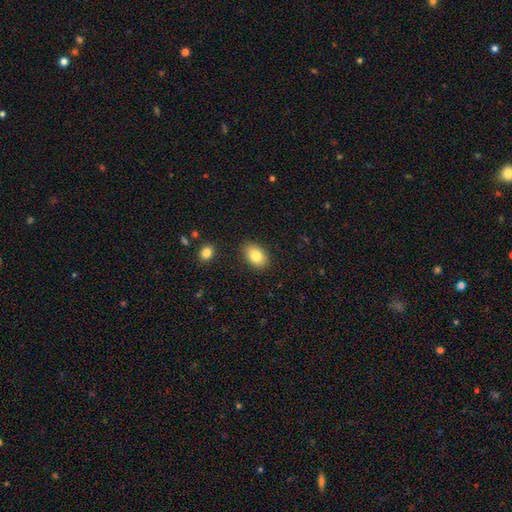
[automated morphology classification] Smooth or featured: smooth — 83% (featured or disk — 9%)
How rounded: in between — 88% (round — 10%)
Merging: none — 87% (minor disturbance — 9%)